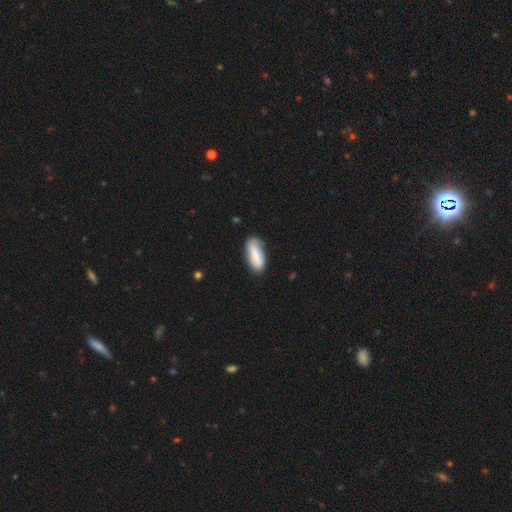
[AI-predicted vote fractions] Morphology: type=smooth (77%); roundness=in between (73%); merging=none (77%).